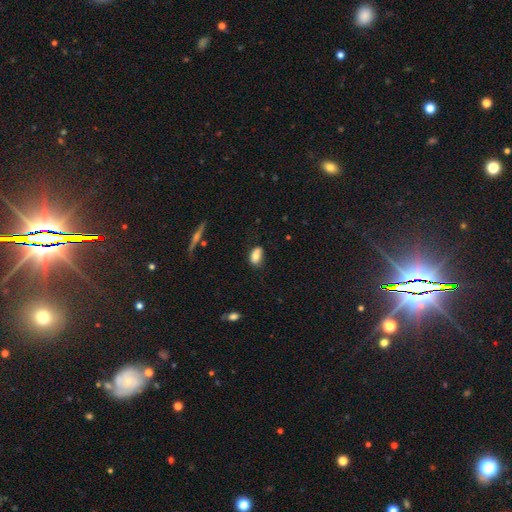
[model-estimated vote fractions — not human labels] A smooth galaxy with no disk features (76%) that is in between round and cigar-shaped (86%).

Vote fractions:
- Smooth or featured? smooth: 76% / featured or disk: 15% / star or artifact: 9%
- How rounded? in between: 86% / round: 11% / cigar-shaped: 2%
- Merging? none: 57% / minor disturbance: 28% / merger: 8% / major disturbance: 7%